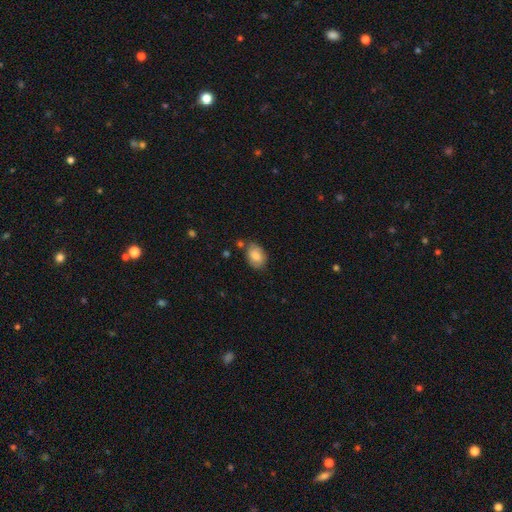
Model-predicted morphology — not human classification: type=smooth (77%); roundness=in between (82%); merging=none (68%).